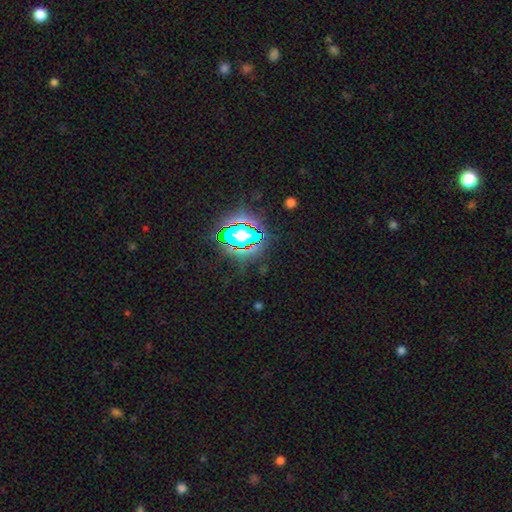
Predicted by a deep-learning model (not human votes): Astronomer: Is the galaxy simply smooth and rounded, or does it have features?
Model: star or artifact — 82%.